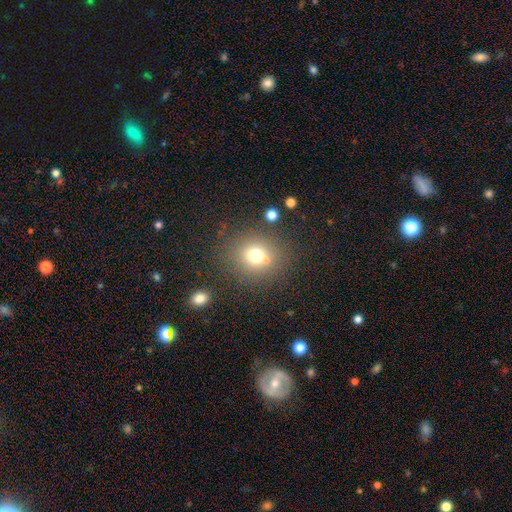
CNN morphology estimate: Smooth or featured: smooth — 70% (star or artifact — 17%)
How rounded: round — 83% (in between — 16%)
Merging: none — 72% (merger — 12%)